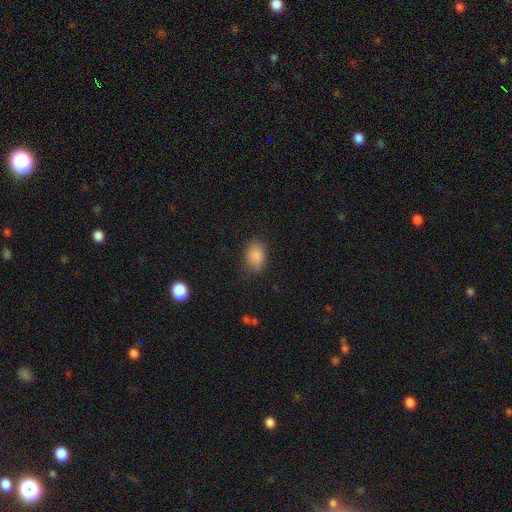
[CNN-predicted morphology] This appears to be a smooth galaxy with no disk features (86%) that is in between round and cigar-shaped (78%). Merging: none (75%).